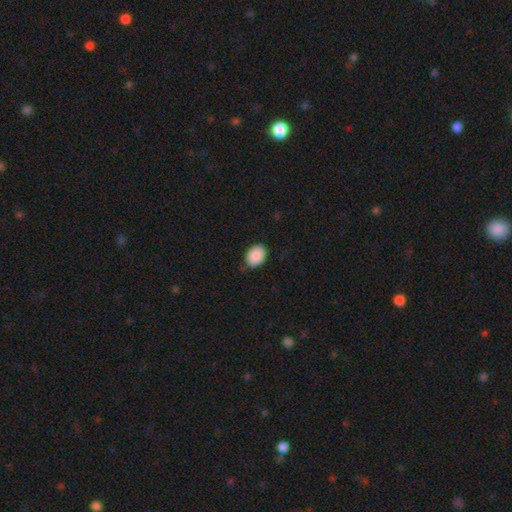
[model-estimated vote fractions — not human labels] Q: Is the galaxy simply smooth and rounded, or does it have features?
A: smooth — 90%.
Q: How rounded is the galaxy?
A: in between — 72%.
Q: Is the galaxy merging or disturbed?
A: none — 82%.